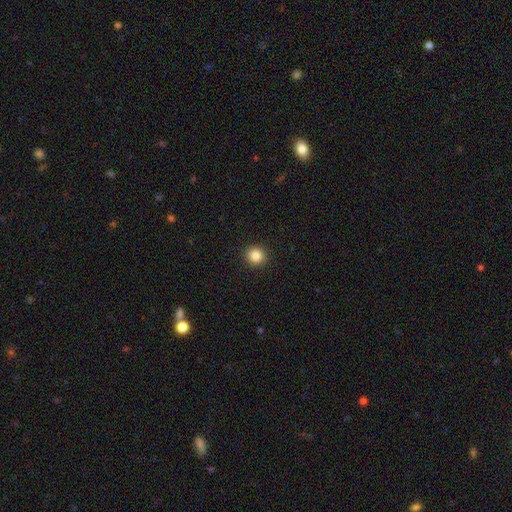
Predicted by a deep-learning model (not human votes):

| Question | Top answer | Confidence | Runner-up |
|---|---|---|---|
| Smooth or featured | smooth | 85% | star or artifact (11%) |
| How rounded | round | 90% | in between (9%) |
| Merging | none | 92% | minor disturbance (5%) |